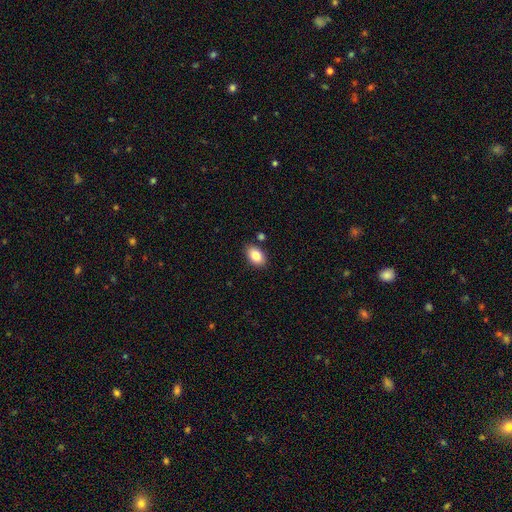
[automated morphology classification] This appears to be a smooth galaxy with no disk features (84%) that is in between round and cigar-shaped (88%). Merging: none (84%).